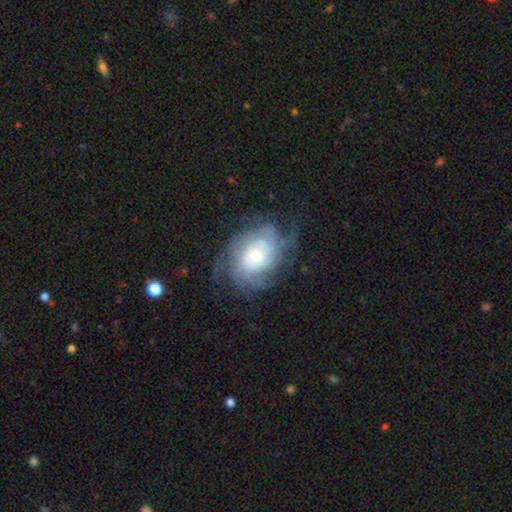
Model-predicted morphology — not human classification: Smooth or featured?
  - featured or disk: 72% *
  - smooth: 20%
  - star or artifact: 7%
Edge-on disk?
  - no: 97% *
  - yes: 3%
Bar?
  - no: 77% *
  - weak: 20%
  - strong: 3%
Spiral arms?
  - yes: 85% *
  - no: 15%
Spiral winding?
  - tight: 55% *
  - medium: 32%
  - loose: 13%
Spiral arm count?
  - can't tell: 47% *
  - 2: 24%
  - 3: 12%
  - 4: 7%
  - 1: 5%
  - more than 4: 5%
Bulge size?
  - moderate: 48% *
  - small: 38%
  - large: 10%
  - none: 2%
  - dominant: 2%
Merging?
  - none: 57% *
  - minor disturbance: 23%
  - major disturbance: 19%
  - merger: 2%